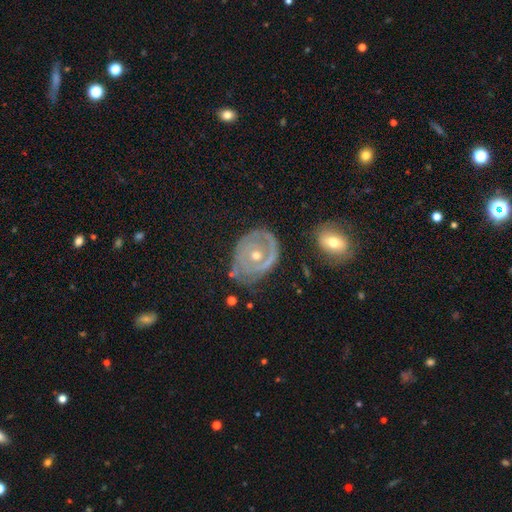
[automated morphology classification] type=featured or disk (79%); edge-on=no (96%); bar=no (81%); spiral arms=yes (76%); winding=tight (70%); arm count=can't tell (33%); bulge=moderate (53%); merging=none (58%).